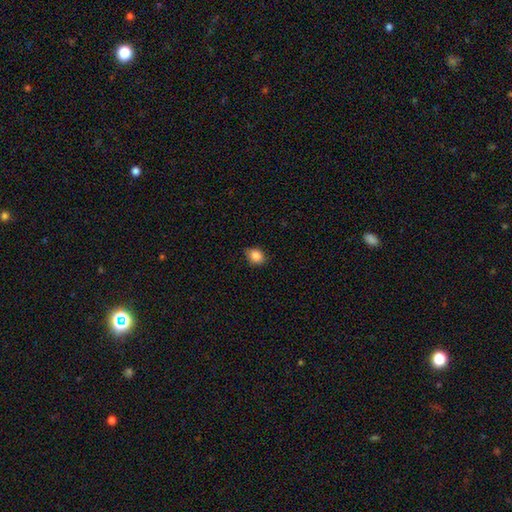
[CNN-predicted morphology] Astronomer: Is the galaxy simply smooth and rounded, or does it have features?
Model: smooth — 86%.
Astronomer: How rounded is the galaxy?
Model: round — 53% (runner-up: in between, 46%).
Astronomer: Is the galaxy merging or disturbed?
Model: none — 80%.